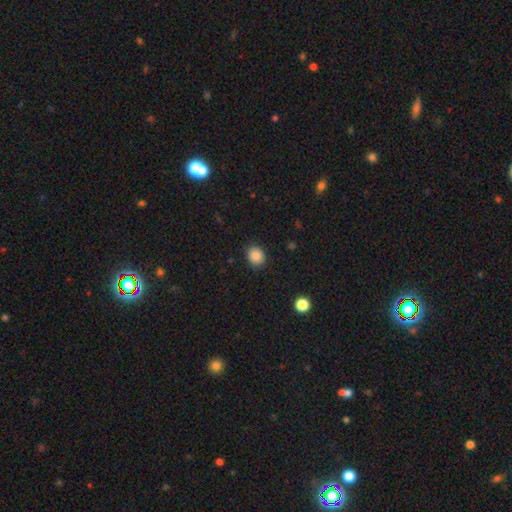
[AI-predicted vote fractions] smooth-or-featured: smooth: 87% | star or artifact: 9% | featured or disk: 3%
  how-rounded: round: 70% | in between: 29% | cigar-shaped: 1%
  merging: none: 88% | minor disturbance: 9% | major disturbance: 3% | merger: 1%